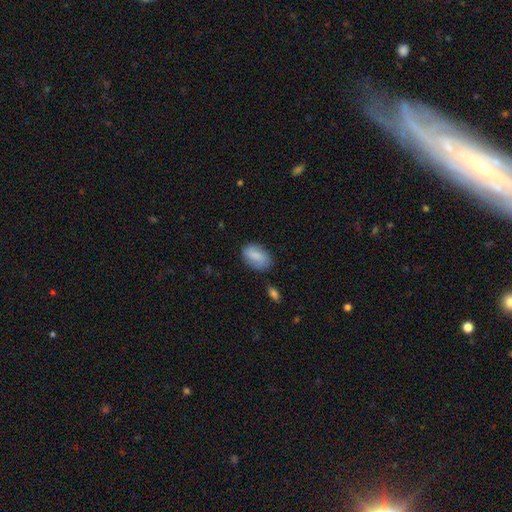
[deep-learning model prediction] Smooth or featured: smooth — 83% (featured or disk — 11%)
How rounded: in between — 90% (round — 8%)
Merging: none — 73% (minor disturbance — 20%)